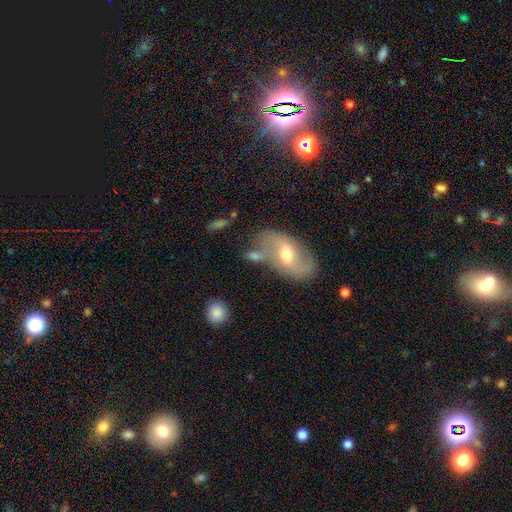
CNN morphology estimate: Smooth or featured? featured or disk (49%)
Merging? none (52%)